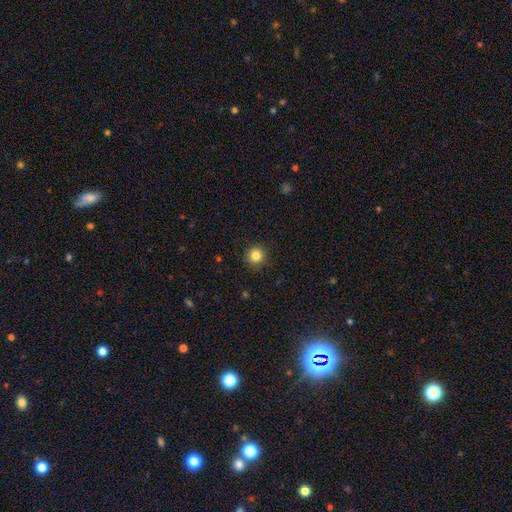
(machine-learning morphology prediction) Q: Smooth or featured?
A: smooth (84%); runner-up: star or artifact (11%)
Q: How rounded?
A: round (94%); runner-up: in between (5%)
Q: Merging?
A: none (92%); runner-up: minor disturbance (5%)